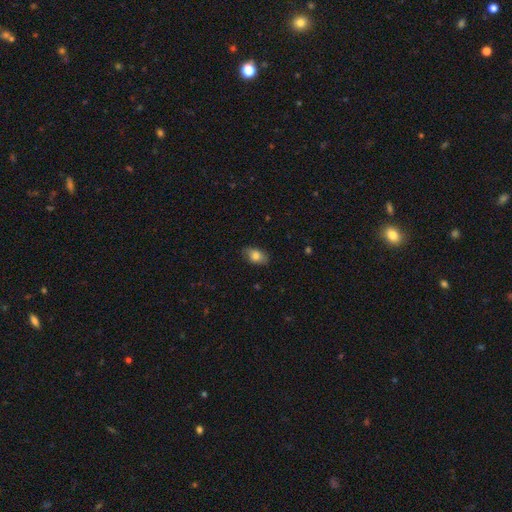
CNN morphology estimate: smooth_or_featured: smooth (p=0.80) [alt: featured or disk p=0.12]
how_rounded: in between (p=0.88) [alt: round p=0.09]
merging: none (p=0.82) [alt: minor disturbance p=0.14]